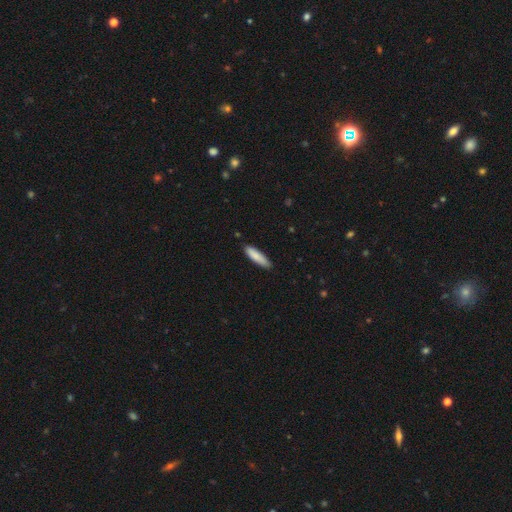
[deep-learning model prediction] Smooth or featured? Predicted: smooth (p=0.86). How rounded? Predicted: cigar-shaped (p=0.70). Merging? Predicted: none (p=0.85).